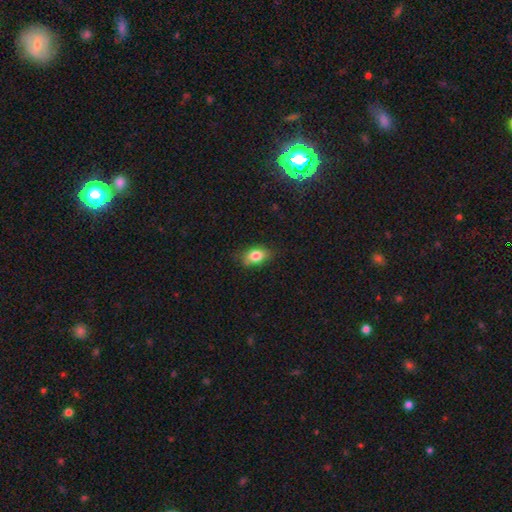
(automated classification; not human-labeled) Morphology: type=smooth (81%); roundness=in between (81%); merging=none (75%).